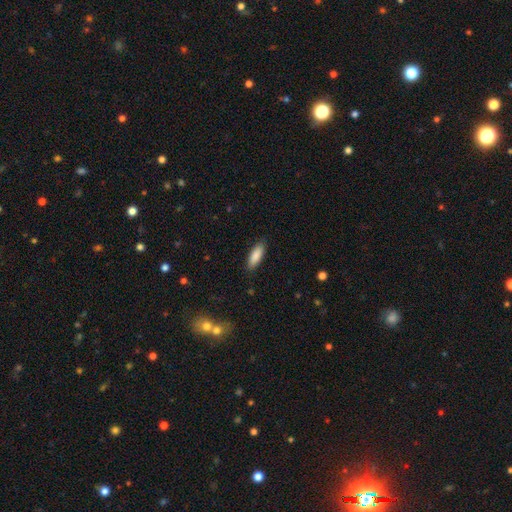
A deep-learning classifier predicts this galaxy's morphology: Smooth or featured?
  - smooth: 88% *
  - featured or disk: 7%
  - star or artifact: 6%
How rounded?
  - in between: 65% *
  - cigar-shaped: 34%
  - round: 2%
Merging?
  - none: 87% *
  - minor disturbance: 10%
  - major disturbance: 2%
  - merger: 1%